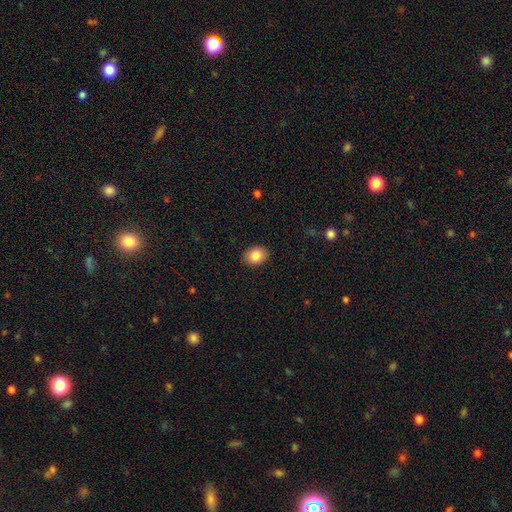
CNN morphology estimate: A smooth galaxy with no disk features (85%) that is in between round and cigar-shaped (69%).

Vote fractions:
- Smooth or featured? smooth: 85% / star or artifact: 8% / featured or disk: 7%
- How rounded? in between: 69% / round: 30% / cigar-shaped: 1%
- Merging? none: 90% / minor disturbance: 7% / major disturbance: 2% / merger: 1%